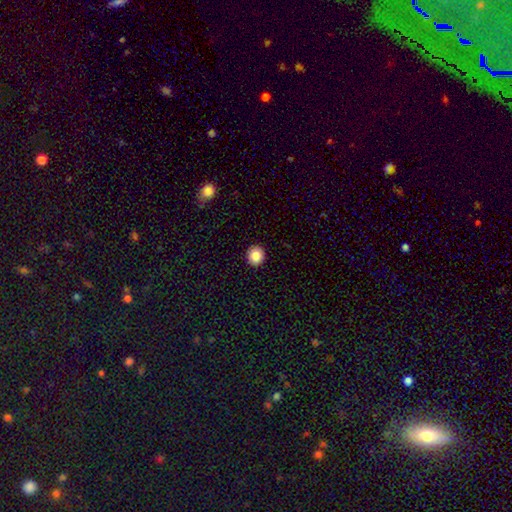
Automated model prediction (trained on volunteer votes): Q: Smooth or featured?
A: smooth (85%); runner-up: star or artifact (9%)
Q: How rounded?
A: round (84%); runner-up: in between (15%)
Q: Merging?
A: none (92%); runner-up: minor disturbance (5%)